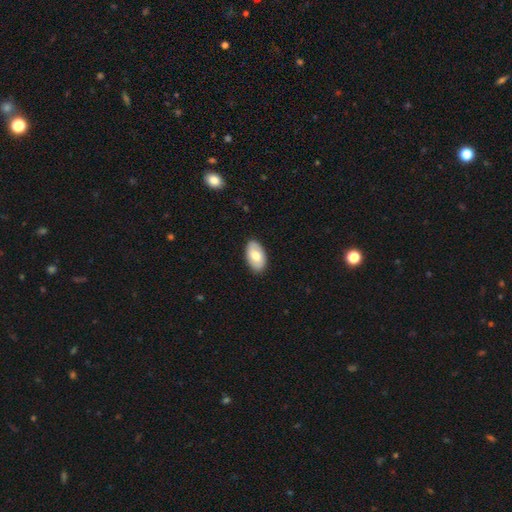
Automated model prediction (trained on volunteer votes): This appears to be a smooth galaxy with no disk features (70%) that is in between round and cigar-shaped (94%). Merging: none (88%).